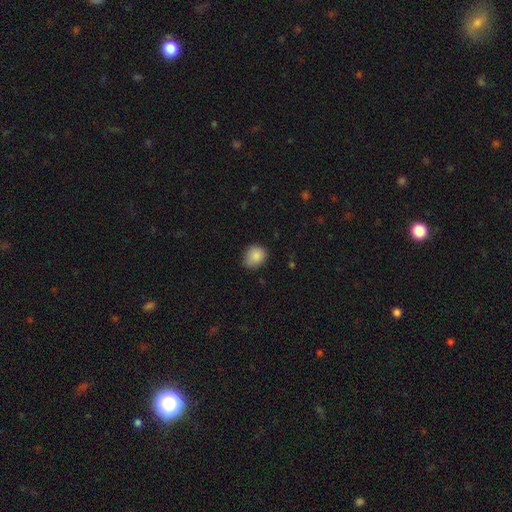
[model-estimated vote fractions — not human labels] Smooth or featured? Predicted: smooth (p=0.86). How rounded? Predicted: round (p=0.63). Merging? Predicted: none (p=0.69).